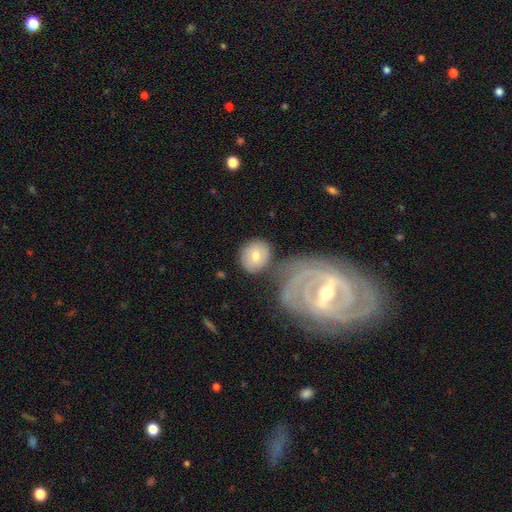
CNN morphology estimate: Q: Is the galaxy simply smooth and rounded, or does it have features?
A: smooth — 64%.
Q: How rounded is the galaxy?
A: round — 69%.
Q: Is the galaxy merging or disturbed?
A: none — 67%.